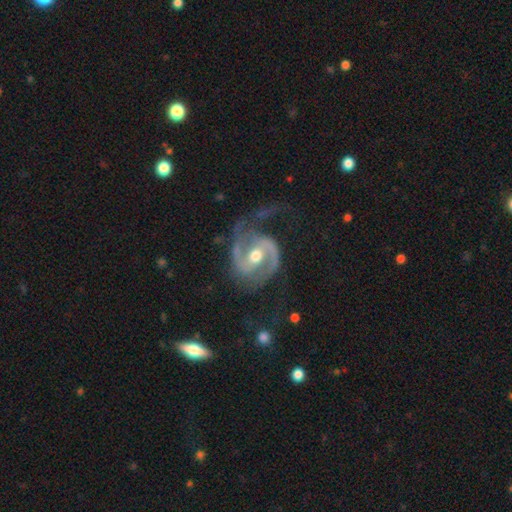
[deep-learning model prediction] This is clearly a featured or disk galaxy (92%). It is clearly not viewed edge-on (98%). Bar: marginally weak (40%). Spiral arm pattern: clearly yes (98%). Spiral arm count: clearly 2 (89%). Spiral winding: possibly medium (56%). Central bulge: likely moderate (73%). Merging: possibly none (59%).